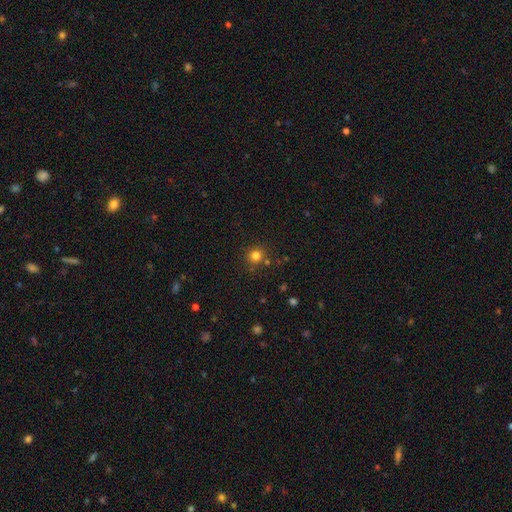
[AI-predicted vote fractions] A smooth galaxy with no disk features (79%) that is round (91%).

Vote fractions:
- Smooth or featured? smooth: 79% / star or artifact: 15% / featured or disk: 6%
- How rounded? round: 91% / in between: 8% / cigar-shaped: 1%
- Merging? none: 81% / minor disturbance: 9% / merger: 7% / major disturbance: 3%